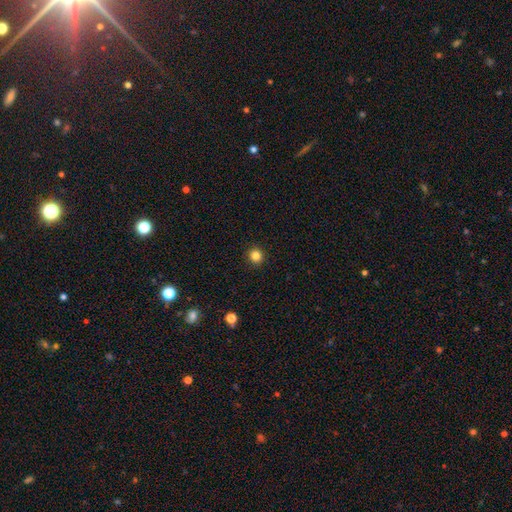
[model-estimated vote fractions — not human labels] smooth_or_featured: smooth (p=0.84) [alt: star or artifact p=0.12]
how_rounded: round (p=0.94) [alt: in between p=0.05]
merging: none (p=0.93) [alt: minor disturbance p=0.04]